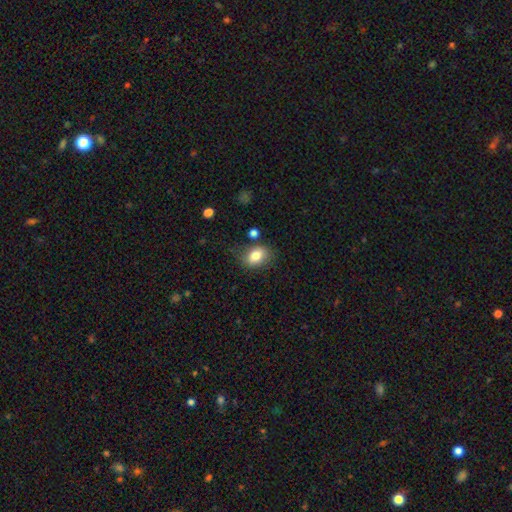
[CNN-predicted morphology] Smooth or featured?
  - smooth: 82% *
  - featured or disk: 9%
  - star or artifact: 9%
How rounded?
  - in between: 76% *
  - round: 23%
  - cigar-shaped: 1%
Merging?
  - none: 70% *
  - minor disturbance: 19%
  - major disturbance: 6%
  - merger: 5%